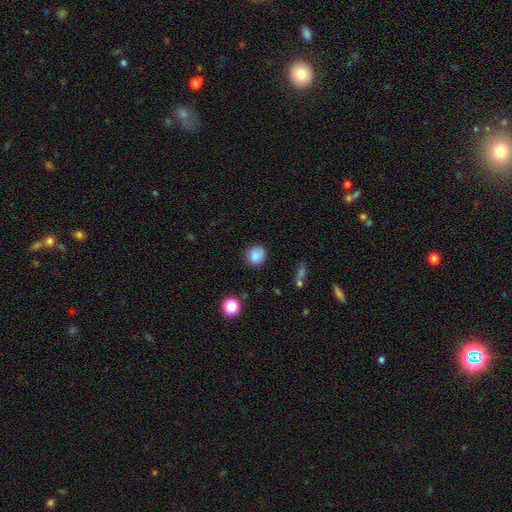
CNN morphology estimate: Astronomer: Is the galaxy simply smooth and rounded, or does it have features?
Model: smooth — 84%.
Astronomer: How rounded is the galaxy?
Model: round — 80%.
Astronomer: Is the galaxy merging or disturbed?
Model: none — 83%.